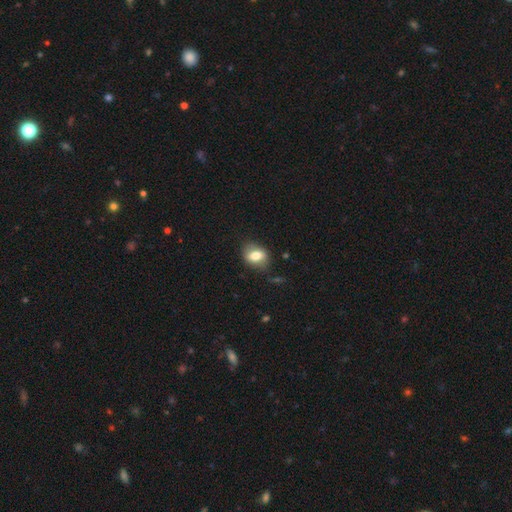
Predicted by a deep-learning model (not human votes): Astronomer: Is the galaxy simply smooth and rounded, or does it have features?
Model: smooth — 69%.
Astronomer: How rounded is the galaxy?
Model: in between — 67%.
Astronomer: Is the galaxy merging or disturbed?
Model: none — 77%.